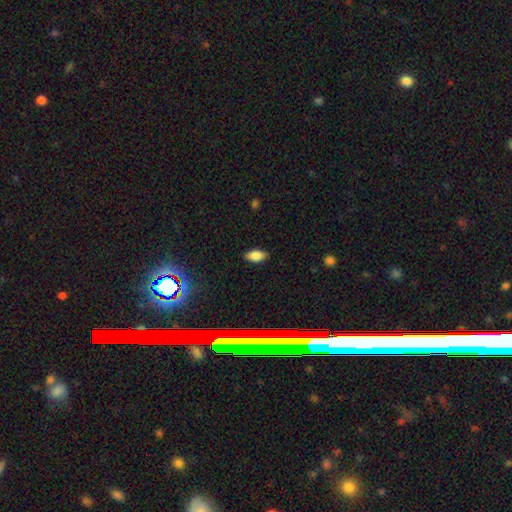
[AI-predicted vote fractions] This appears to be a smooth galaxy with no disk features (83%) that is in between round and cigar-shaped (91%). Merging: none (87%).